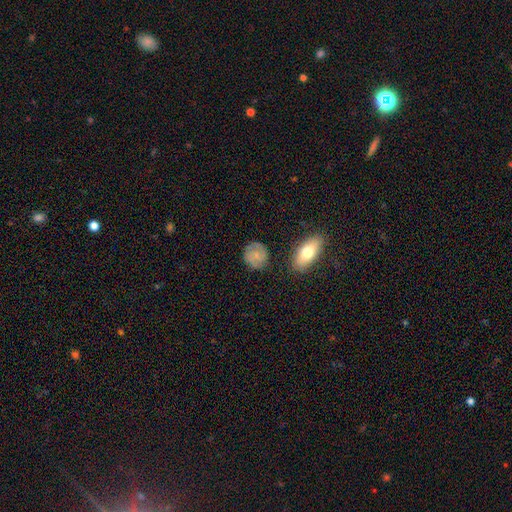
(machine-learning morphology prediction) smooth 51%, featured or disk 42%, star or artifact 8%. Down the decision tree: how rounded — round (79%); merging — none (79%).